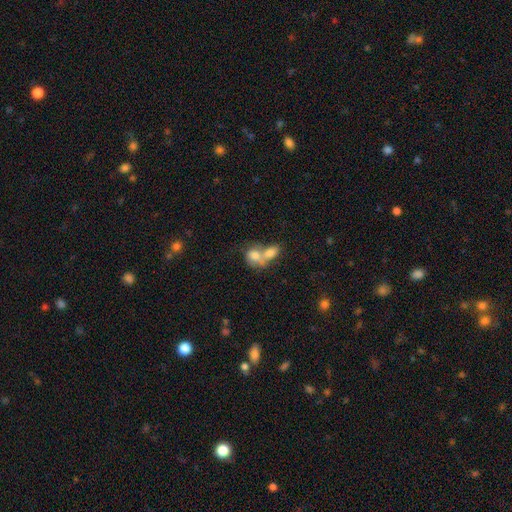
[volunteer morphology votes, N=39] Smooth or featured? smooth (56%)
How rounded? in between (77%)
Merging? merger (76%)